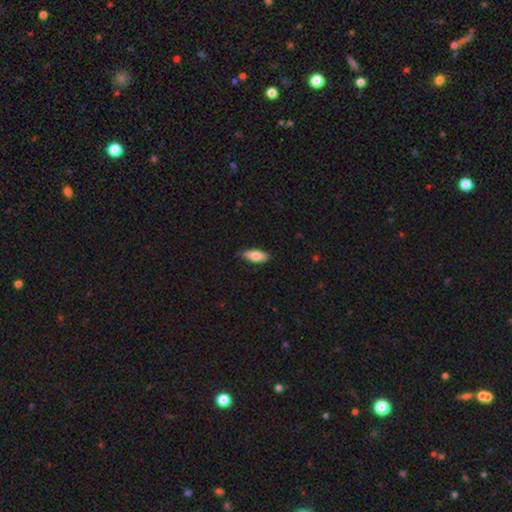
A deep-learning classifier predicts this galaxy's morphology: Smooth or featured? Predicted: smooth (p=0.79). How rounded? Predicted: in between (p=0.78). Merging? Predicted: none (p=0.81).